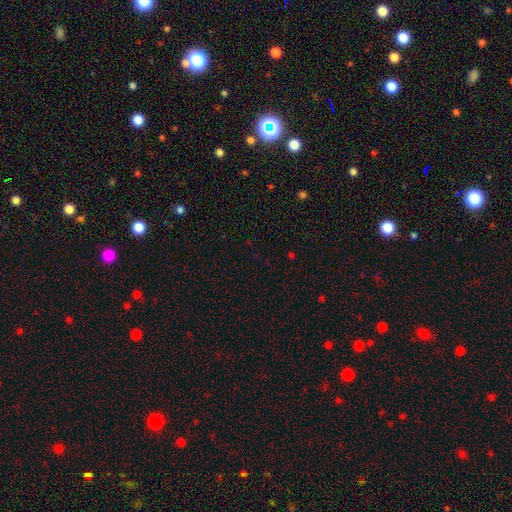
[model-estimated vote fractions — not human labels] Smooth or featured?
  - star or artifact: 64% *
  - smooth: 28%
  - featured or disk: 7%